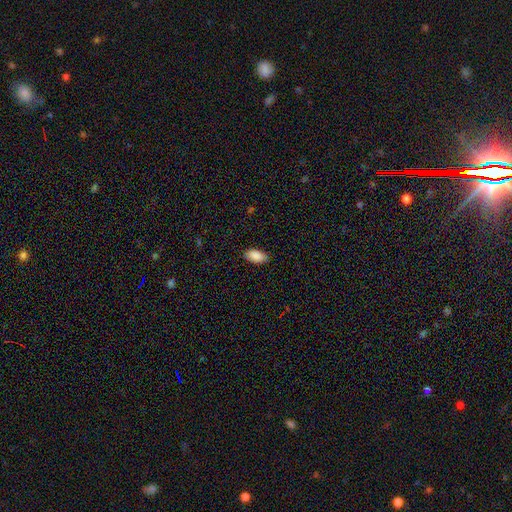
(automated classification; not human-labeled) This is clearly a smooth galaxy (90%). How rounded: clearly in between (94%). Merging: clearly none (86%).